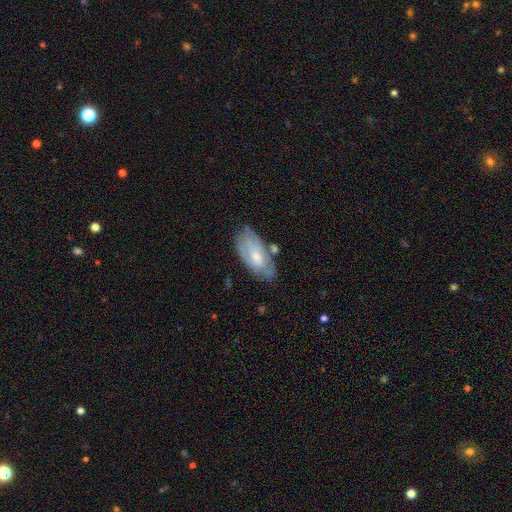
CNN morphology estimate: This is possibly a smooth galaxy (48%). Merging: likely none (62%).